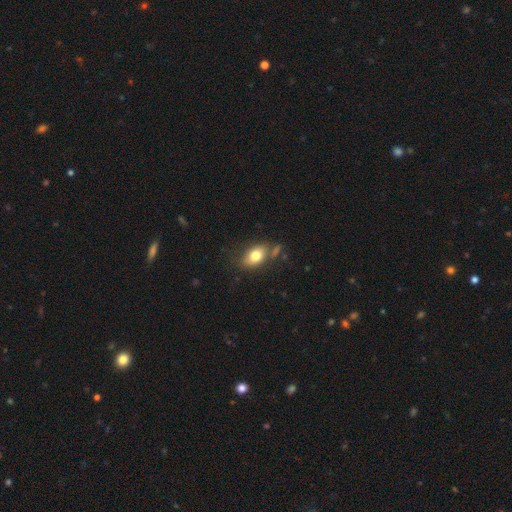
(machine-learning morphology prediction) Smooth or featured? smooth (77%)
How rounded? in between (84%)
Merging? none (64%)